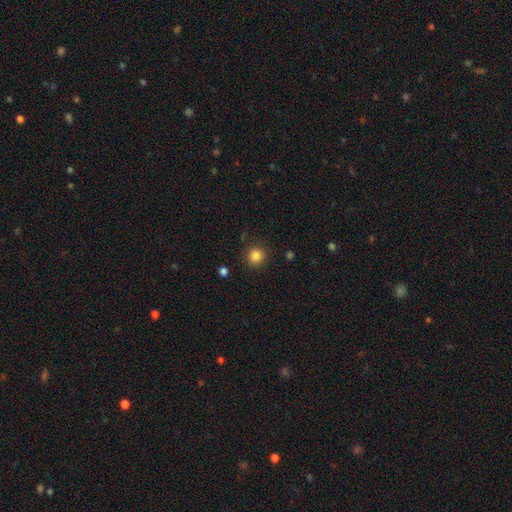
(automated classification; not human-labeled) Overall: smooth (84%). How rounded: round (94%). Merging: none (88%).